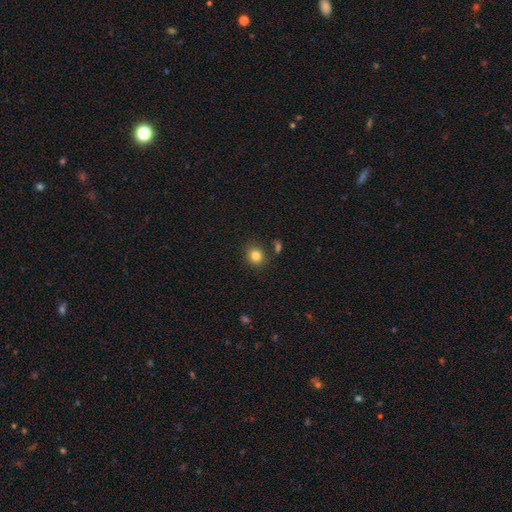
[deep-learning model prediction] This is clearly a smooth galaxy (83%). How rounded: likely round (75%). Merging: clearly none (82%).